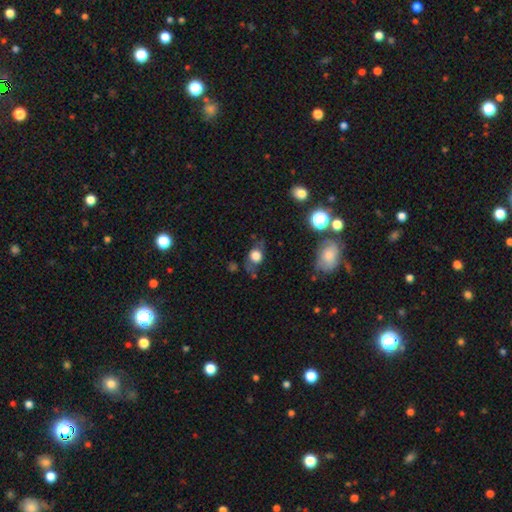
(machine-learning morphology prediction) Smooth or featured: smooth — 63% (featured or disk — 24%)
How rounded: round — 53% (in between — 44%)
Merging: none — 60% (minor disturbance — 23%)